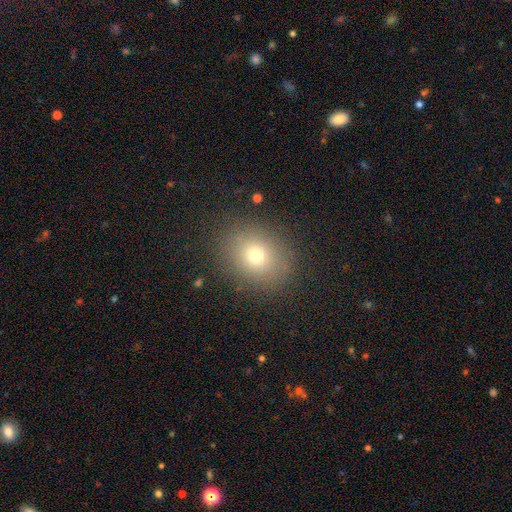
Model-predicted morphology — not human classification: Smooth or featured: smooth — 73% (star or artifact — 16%)
How rounded: round — 59% (in between — 40%)
Merging: none — 86% (minor disturbance — 9%)